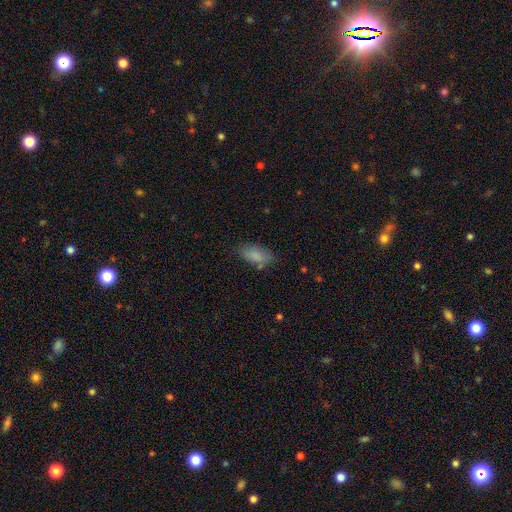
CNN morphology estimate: smooth 85%, star or artifact 8%, featured or disk 7%. Down the decision tree: how rounded — in between (89%); merging — none (70%).